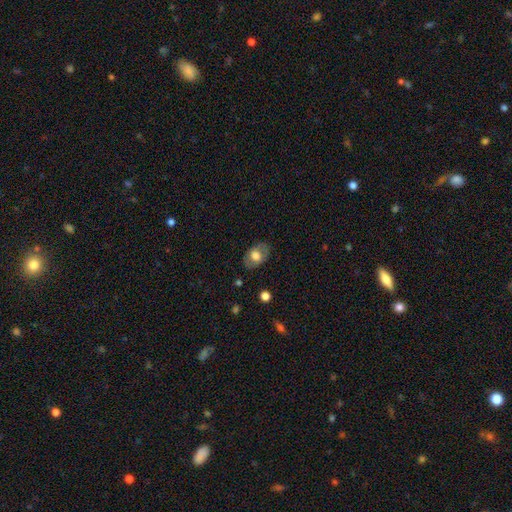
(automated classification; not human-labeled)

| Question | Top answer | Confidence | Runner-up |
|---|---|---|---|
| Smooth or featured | smooth | 62% | featured or disk (31%) |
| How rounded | in between | 82% | round (17%) |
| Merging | none | 79% | minor disturbance (15%) |